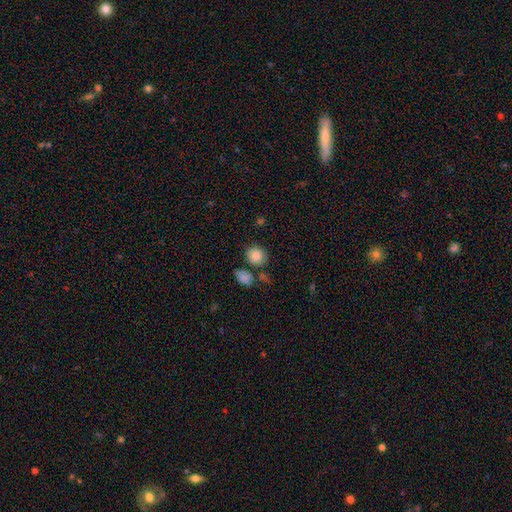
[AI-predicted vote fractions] Smooth or featured: smooth — 84% (star or artifact — 9%)
How rounded: round — 73% (in between — 26%)
Merging: none — 69% (minor disturbance — 14%)